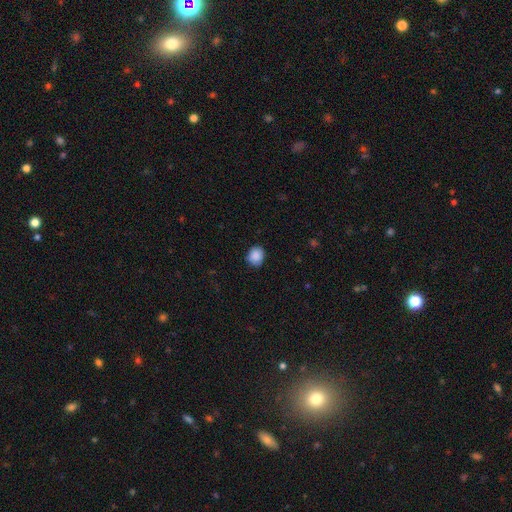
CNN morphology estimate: Smooth or featured? Predicted: smooth (p=0.88). How rounded? Predicted: round (p=0.68). Merging? Predicted: none (p=0.81).